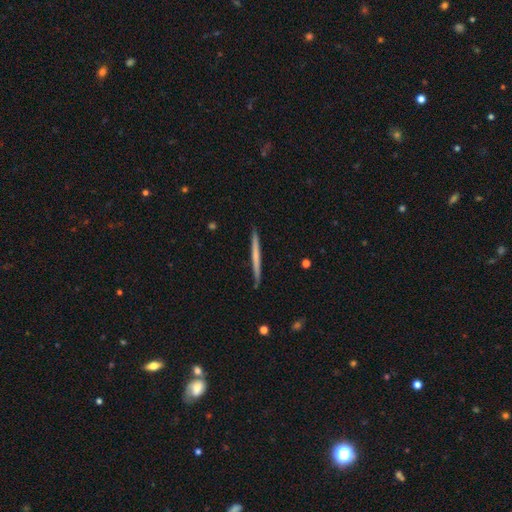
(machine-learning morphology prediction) type=smooth (51%); roundness=cigar-shaped (97%); merging=none (90%).